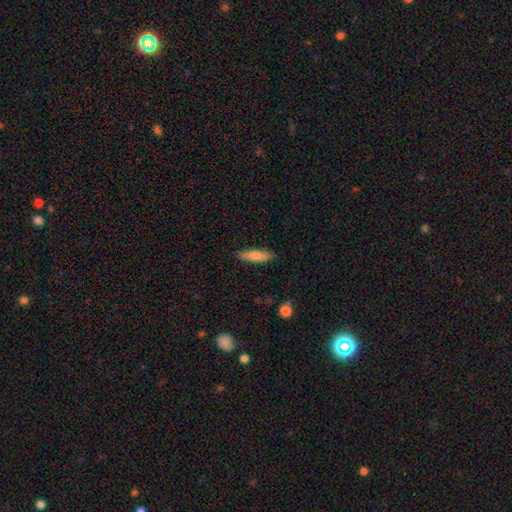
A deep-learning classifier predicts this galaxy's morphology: Overall: smooth (75%). How rounded: cigar-shaped (64%; in between 34%). Merging: none (88%).